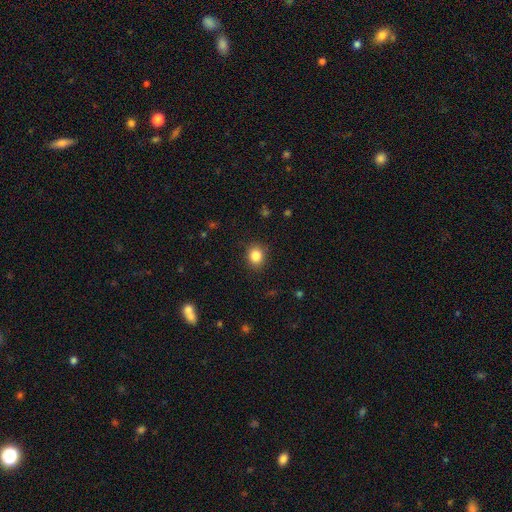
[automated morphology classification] smooth 85%, star or artifact 10%, featured or disk 5%. Down the decision tree: how rounded — round (69%); merging — none (88%).